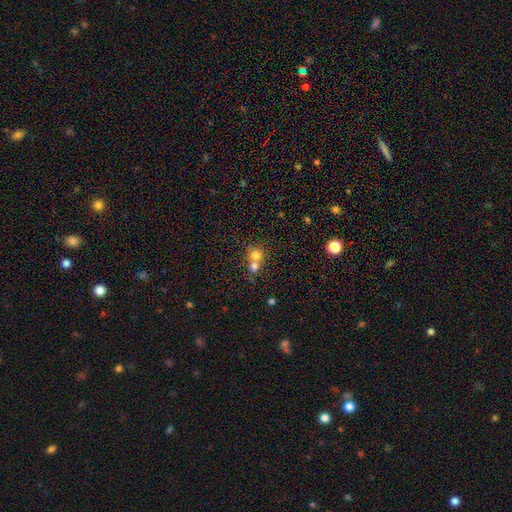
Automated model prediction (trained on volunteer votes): A smooth galaxy with no disk features (75%) that is round (84%). Merging: merger (58%).